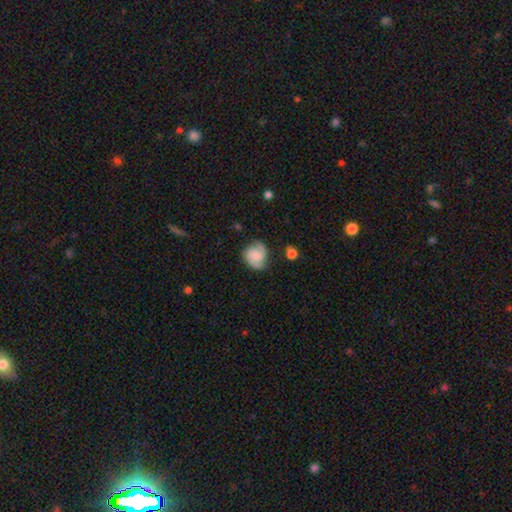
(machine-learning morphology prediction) This is likely a featured or disk galaxy (63%). It is clearly not viewed edge-on (98%). Bar: likely no (64%). Spiral arm pattern: clearly yes (94%). Spiral arm count: likely 2 (77%). Spiral winding: possibly medium (45%). Central bulge: marginally small (41%). Merging: likely none (71%).